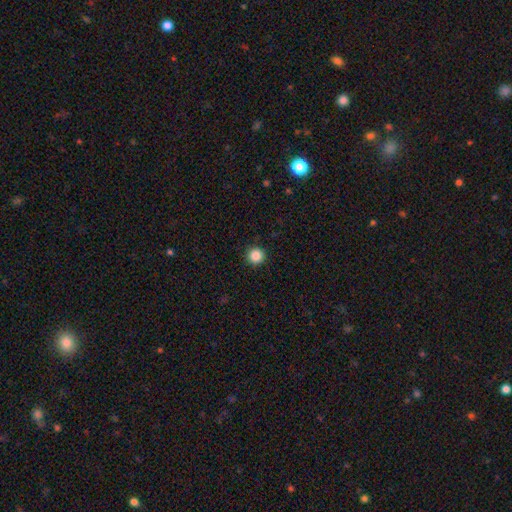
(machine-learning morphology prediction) Overall: smooth (86%). How rounded: round (96%). Merging: none (92%).